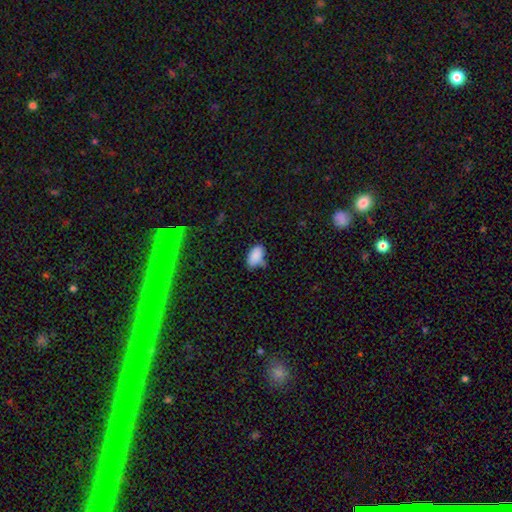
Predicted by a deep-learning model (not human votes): smooth-or-featured: smooth: 87% | star or artifact: 8% | featured or disk: 5%
  how-rounded: in between: 93% | round: 5% | cigar-shaped: 2%
  merging: none: 54% | minor disturbance: 31% | merger: 8% | major disturbance: 7%